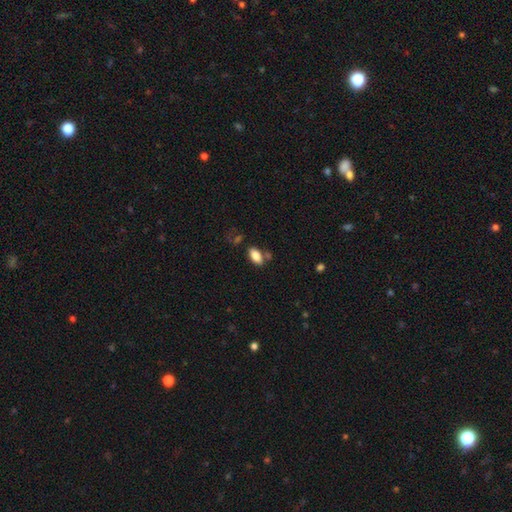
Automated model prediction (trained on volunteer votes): smooth_or_featured: smooth (p=0.84) [alt: featured or disk p=0.08]
how_rounded: in between (p=0.92) [alt: cigar-shaped p=0.06]
merging: none (p=0.69) [alt: minor disturbance p=0.14]